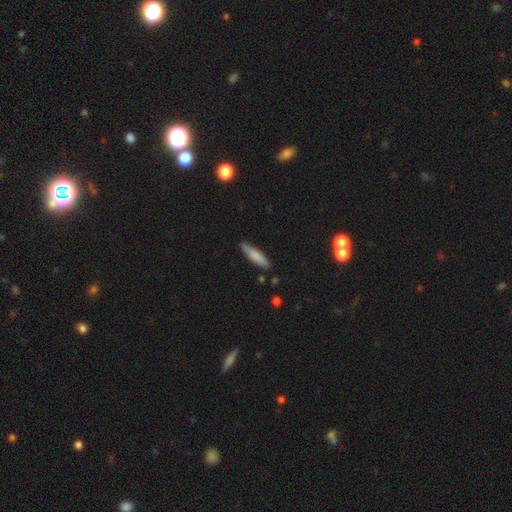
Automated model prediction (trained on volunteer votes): Smooth or featured? smooth (80%)
How rounded? cigar-shaped (73%)
Merging? none (81%)